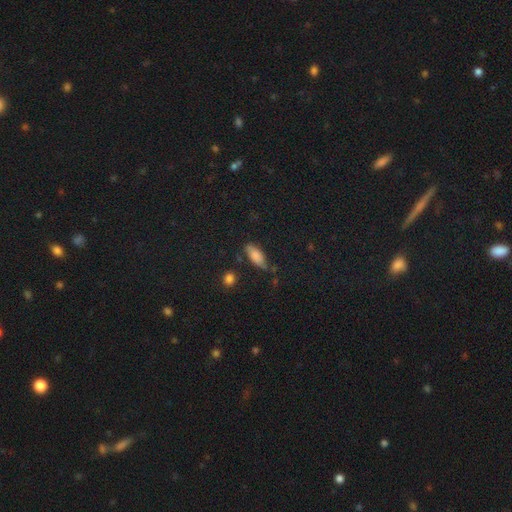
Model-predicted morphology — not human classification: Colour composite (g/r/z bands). It shows a smooth galaxy with no disk features (79%) that is in between round and cigar-shaped (82%). Merging: none (65%).